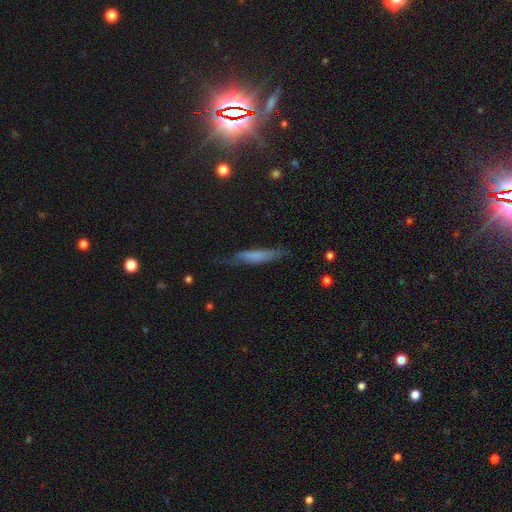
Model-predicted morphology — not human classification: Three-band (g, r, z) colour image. It shows a smooth galaxy with no disk features (61%) that is cigar-shaped (84%). Merging: none (62%).